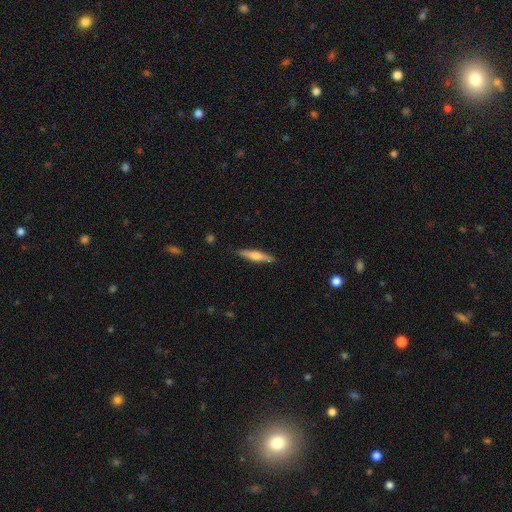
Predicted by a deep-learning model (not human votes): Overall: featured or disk (52%; smooth 42%). Edge-on disk: yes (96%). Edge-on bulge: rounded (84%). Merging: none (89%).